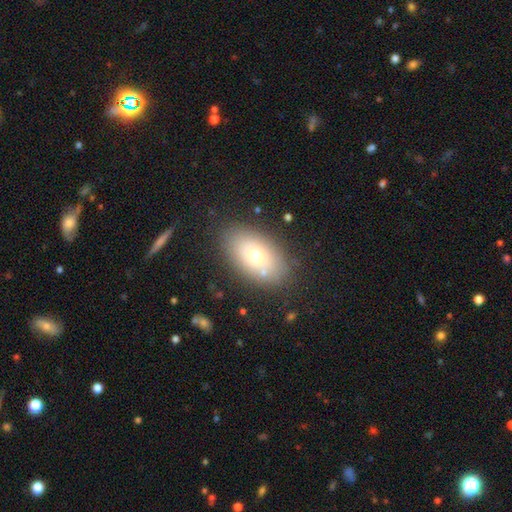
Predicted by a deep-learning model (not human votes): Q: Smooth or featured?
A: smooth (66%); runner-up: featured or disk (23%)
Q: How rounded?
A: in between (87%); runner-up: round (11%)
Q: Merging?
A: none (80%); runner-up: minor disturbance (11%)